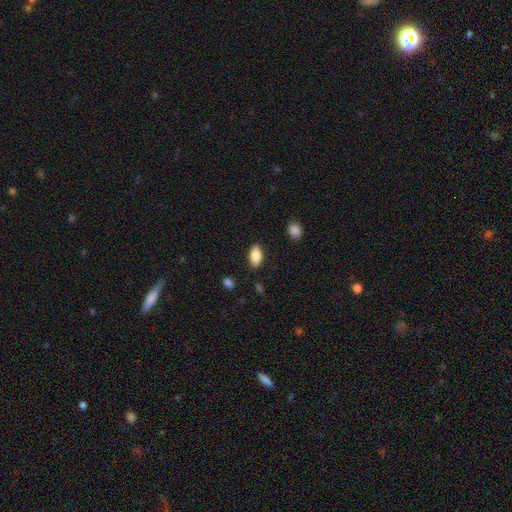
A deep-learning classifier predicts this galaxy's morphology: A smooth galaxy with no disk features (86%) that is in between round and cigar-shaped (91%). Merging: none (87%).